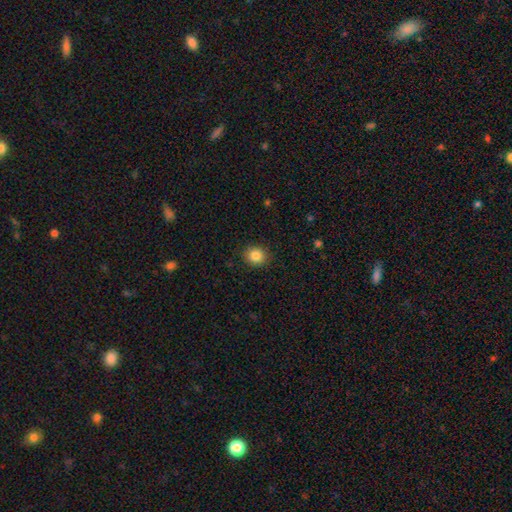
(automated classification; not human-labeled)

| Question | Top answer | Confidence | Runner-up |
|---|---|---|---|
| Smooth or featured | smooth | 85% | star or artifact (10%) |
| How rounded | round | 76% | in between (23%) |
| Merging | none | 90% | minor disturbance (7%) |